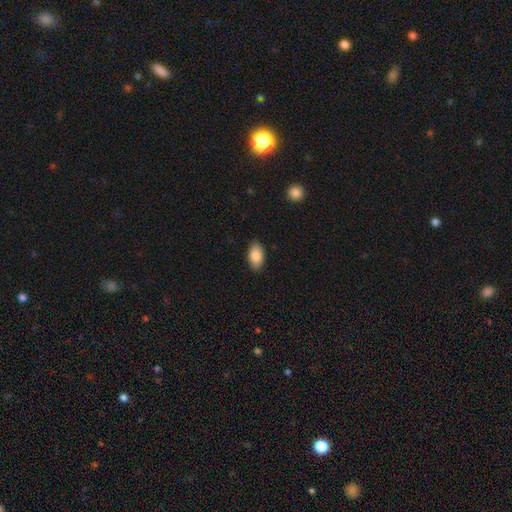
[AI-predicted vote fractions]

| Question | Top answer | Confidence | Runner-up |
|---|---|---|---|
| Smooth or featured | smooth | 85% | featured or disk (8%) |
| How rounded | in between | 94% | round (4%) |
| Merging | none | 89% | minor disturbance (8%) |